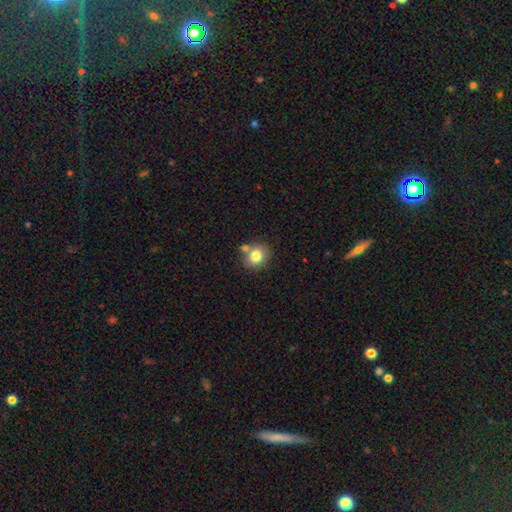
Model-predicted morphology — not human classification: type=smooth (79%); roundness=round (72%); merging=none (67%).